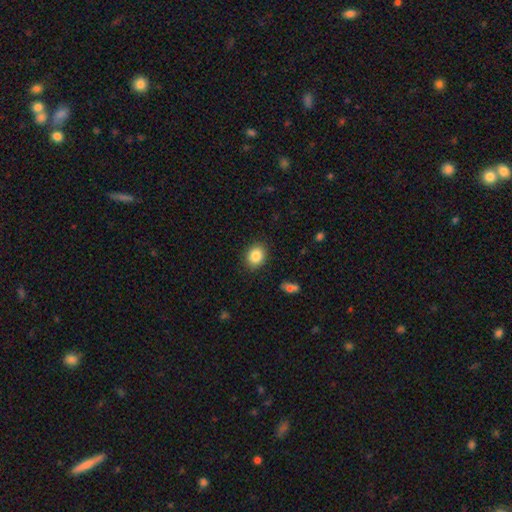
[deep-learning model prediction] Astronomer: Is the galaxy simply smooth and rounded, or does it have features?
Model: smooth — 85%.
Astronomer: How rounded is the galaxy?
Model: round — 55% (runner-up: in between, 44%).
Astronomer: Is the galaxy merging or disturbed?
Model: none — 89%.